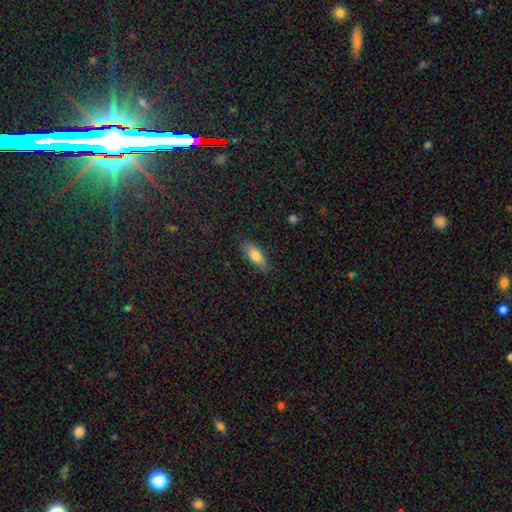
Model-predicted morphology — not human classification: smooth 75%, featured or disk 18%, star or artifact 7%. Down the decision tree: how rounded — in between (67%); merging — none (81%).